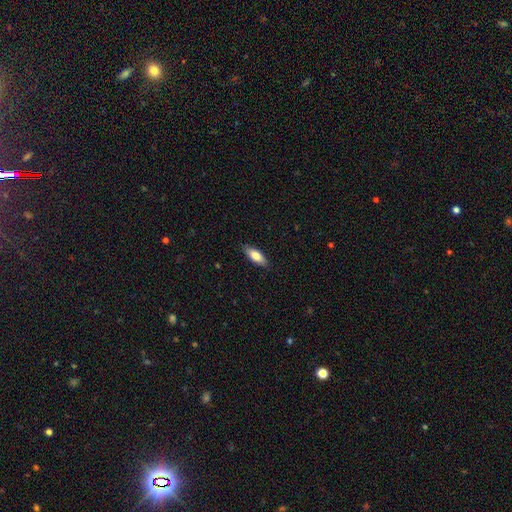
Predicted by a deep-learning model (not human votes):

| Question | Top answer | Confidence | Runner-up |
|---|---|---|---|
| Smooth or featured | smooth | 77% | featured or disk (17%) |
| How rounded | in between | 72% | cigar-shaped (26%) |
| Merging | none | 87% | minor disturbance (10%) |